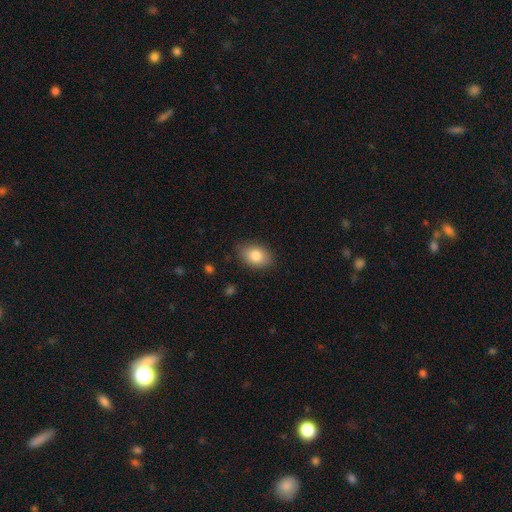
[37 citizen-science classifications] This appears to be a smooth galaxy with no disk features (86%) that is in between round and cigar-shaped (84%). Merging: none (83%).